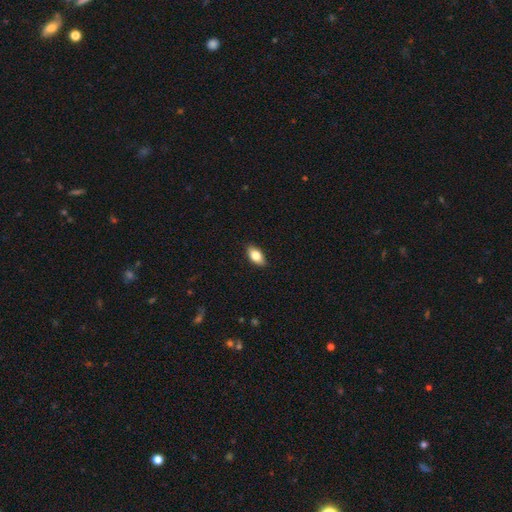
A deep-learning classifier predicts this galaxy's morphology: Smooth or featured: smooth — 78% (featured or disk — 15%)
How rounded: in between — 89% (cigar-shaped — 6%)
Merging: none — 87% (minor disturbance — 10%)